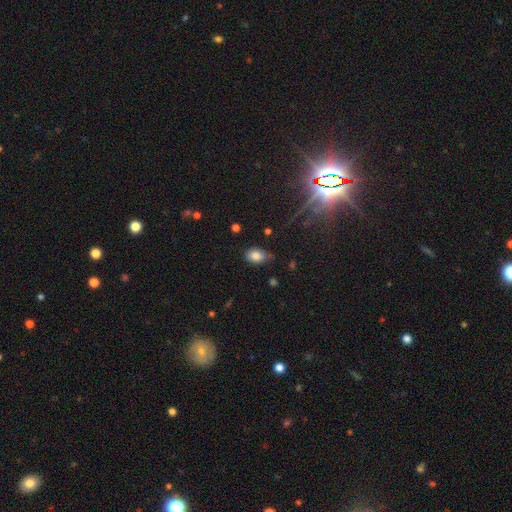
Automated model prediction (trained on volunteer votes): Smooth or featured: smooth — 82% (star or artifact — 10%)
How rounded: in between — 83% (round — 16%)
Merging: none — 65% (minor disturbance — 27%)